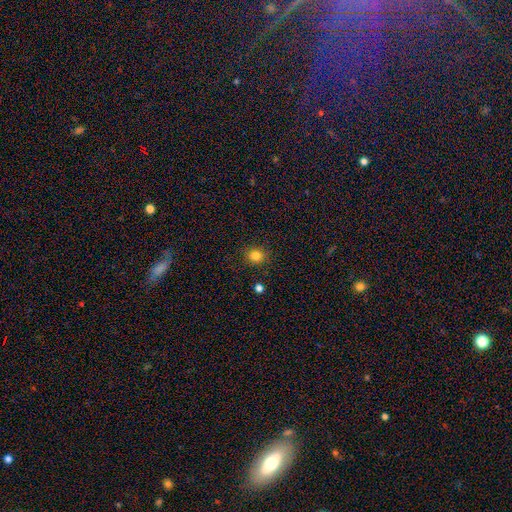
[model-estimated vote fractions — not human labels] This appears to be a smooth galaxy with no disk features (83%) that is round (82%). Merging: none (89%).